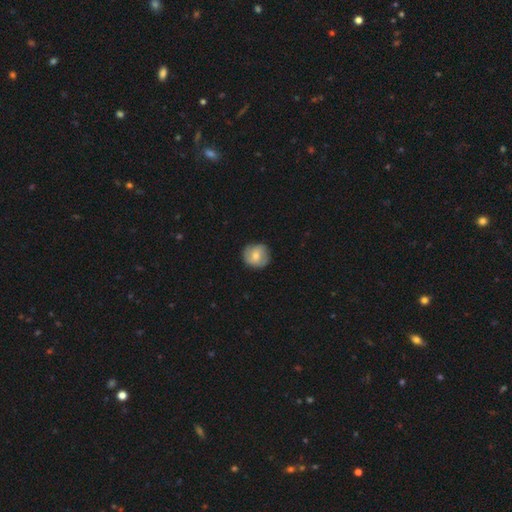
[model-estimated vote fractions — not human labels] smooth_or_featured: smooth (p=0.57) [alt: featured or disk p=0.37]
how_rounded: round (p=0.89) [alt: in between p=0.10]
merging: none (p=0.83) [alt: minor disturbance p=0.13]